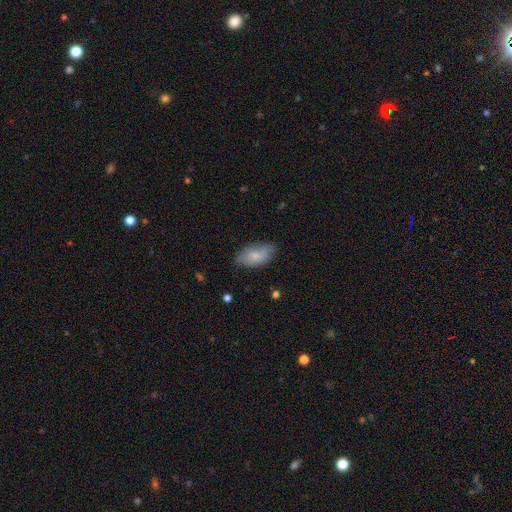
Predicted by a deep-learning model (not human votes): Smooth or featured: smooth — 70% (featured or disk — 23%)
How rounded: in between — 92% (cigar-shaped — 4%)
Merging: none — 69% (minor disturbance — 24%)